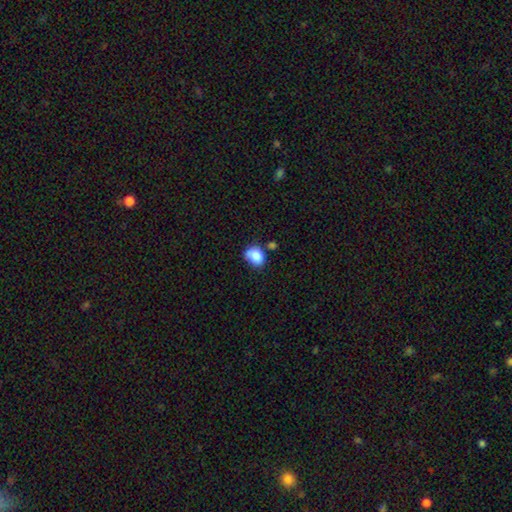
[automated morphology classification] The model was most divided on "how rounded": in between: 54%, round: 45%, cigar-shaped: 1%. Remaining: smooth or featured — smooth (82%); merging — none (45%).